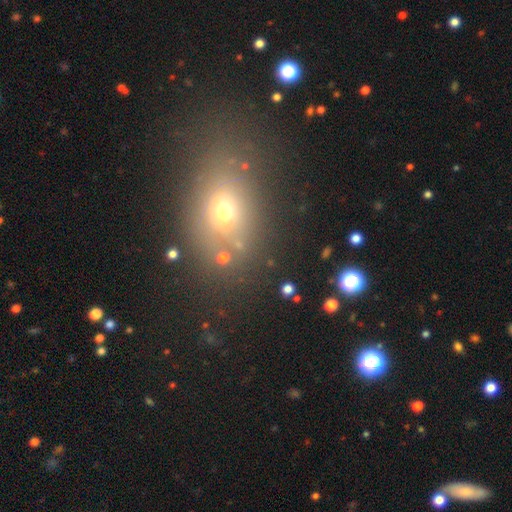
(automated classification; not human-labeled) A smooth galaxy with no disk features (58%) that is in between round and cigar-shaped (65%).

Vote fractions:
- Smooth or featured? smooth: 58% / star or artifact: 28% / featured or disk: 15%
- How rounded? in between: 65% / round: 32% / cigar-shaped: 3%
- Merging? none: 72% / minor disturbance: 14% / major disturbance: 8% / merger: 7%